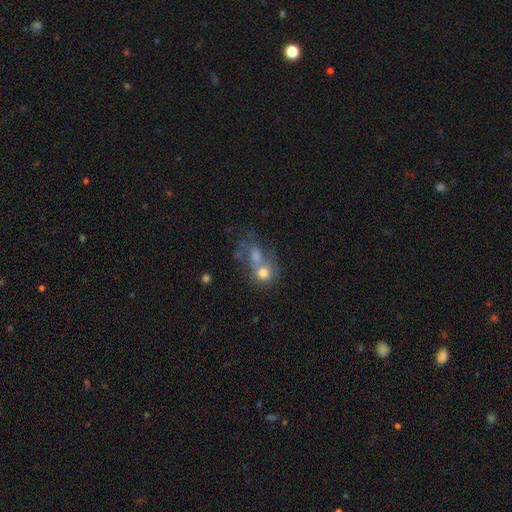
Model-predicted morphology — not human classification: The model was most divided on "how rounded": round: 52%, in between: 45%, cigar-shaped: 3%. More confident: merging — merger (57%); smooth or featured — smooth (57%).